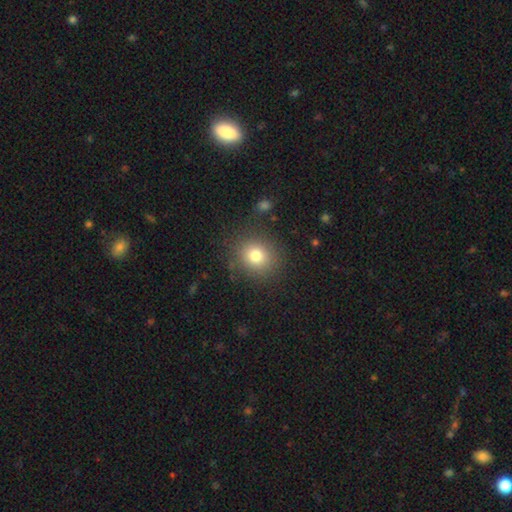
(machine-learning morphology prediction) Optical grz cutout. It shows a smooth galaxy with no disk features (79%) that is round (82%). Merging: none (84%).